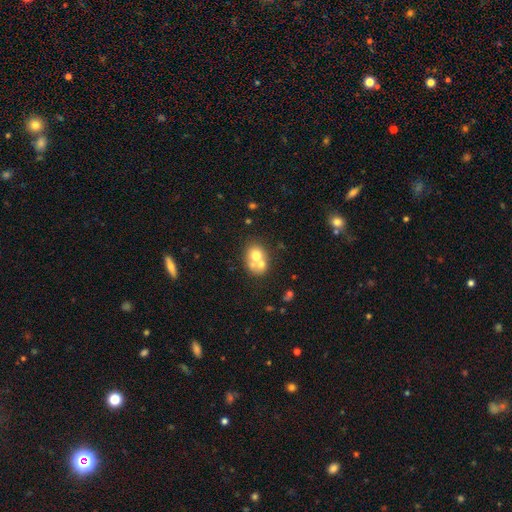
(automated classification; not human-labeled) The model was most divided on "how rounded": round: 56%, in between: 43%, cigar-shaped: 1%. More confident: smooth or featured — smooth (61%); merging — merger (60%).